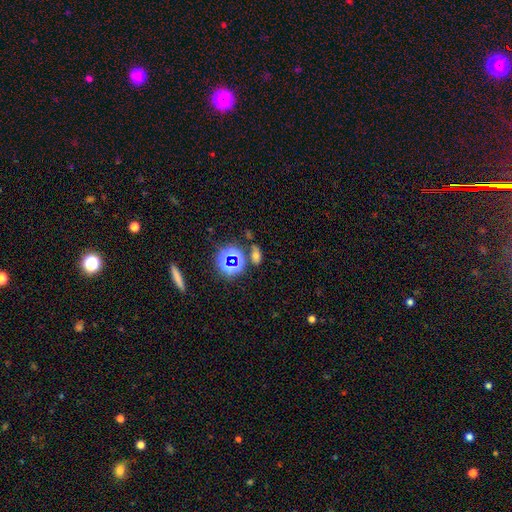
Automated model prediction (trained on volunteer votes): Morphology: type=smooth (51%); roundness=in between (79%); merging=none (71%).